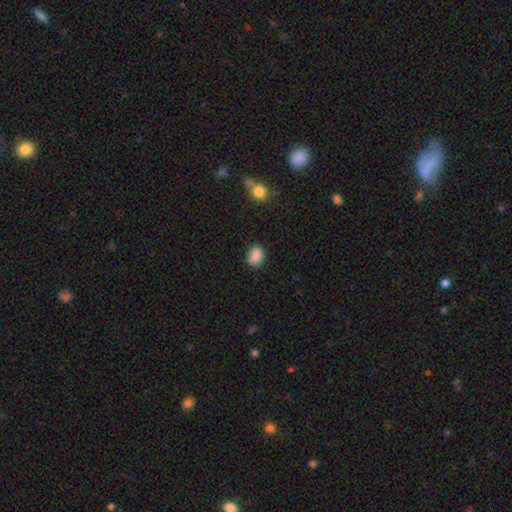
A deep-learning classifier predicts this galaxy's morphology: smooth_or_featured: smooth (p=0.87) [alt: star or artifact p=0.09]
how_rounded: in between (p=0.64) [alt: round p=0.35]
merging: none (p=0.82) [alt: minor disturbance p=0.14]